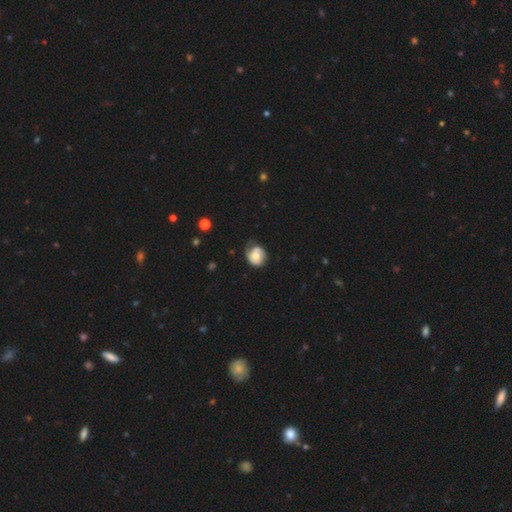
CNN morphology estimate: Overall: featured or disk (58%; smooth 35%). Edge-on disk: no (97%). Bar: no (71%). Spiral arms: yes (86%). Bulge size: moderate (61%; small 25%). Merging: none (54%; minor disturbance 30%).